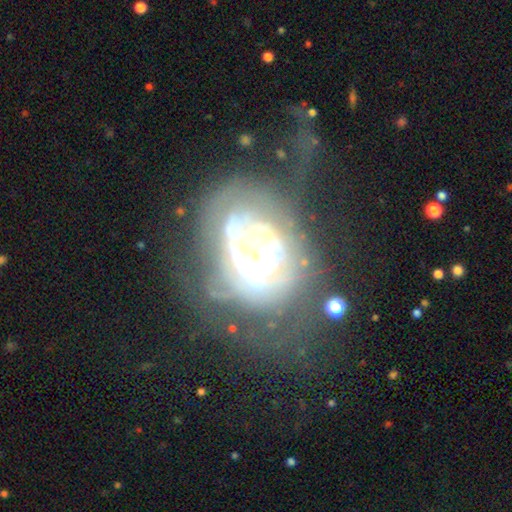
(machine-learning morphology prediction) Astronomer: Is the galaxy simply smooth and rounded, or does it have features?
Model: featured or disk — 76%.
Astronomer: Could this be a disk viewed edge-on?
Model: no — 96%.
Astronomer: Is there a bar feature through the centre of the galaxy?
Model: no — 78%.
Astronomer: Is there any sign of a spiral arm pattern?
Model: yes — 62% (runner-up: no, 38%).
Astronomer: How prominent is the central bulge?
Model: small — 37% (runner-up: moderate, 34%).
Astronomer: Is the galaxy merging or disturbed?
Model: major disturbance — 41% (runner-up: none, 30%).